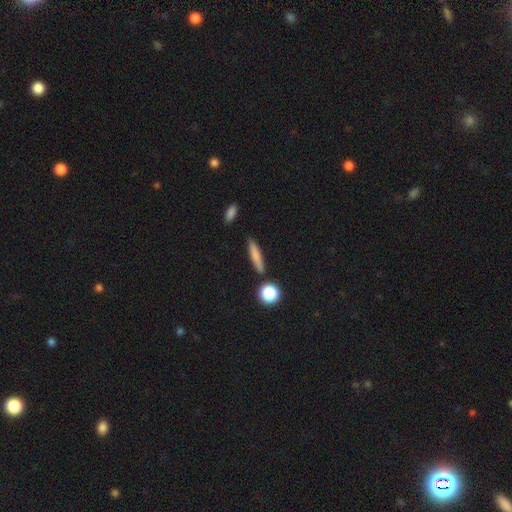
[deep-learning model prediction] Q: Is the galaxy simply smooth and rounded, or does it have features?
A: smooth — 76%.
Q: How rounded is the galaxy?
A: cigar-shaped — 83%.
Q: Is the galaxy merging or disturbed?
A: none — 84%.